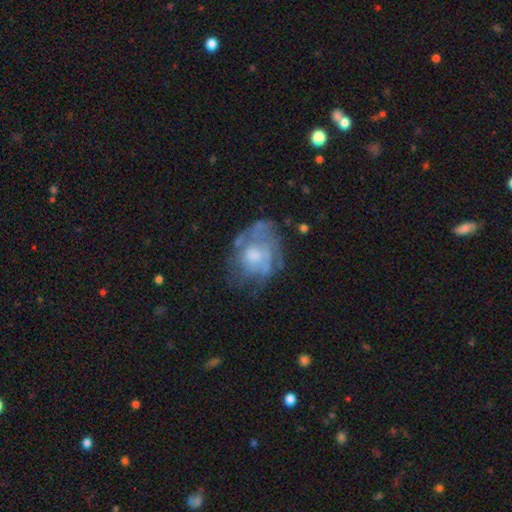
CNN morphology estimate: The model was most divided on "spiral arms": no: 51%, yes: 49%. Remaining: edge-on disk — no (97%); bar — no (81%); smooth or featured — featured or disk (62%); bulge size — moderate (48%); merging — none (47%).